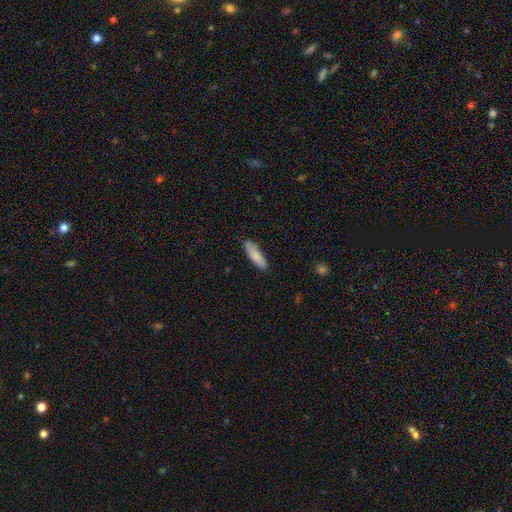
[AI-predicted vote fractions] This appears to be a smooth galaxy with no disk features (83%) that is cigar-shaped (55%). Merging: none (81%).